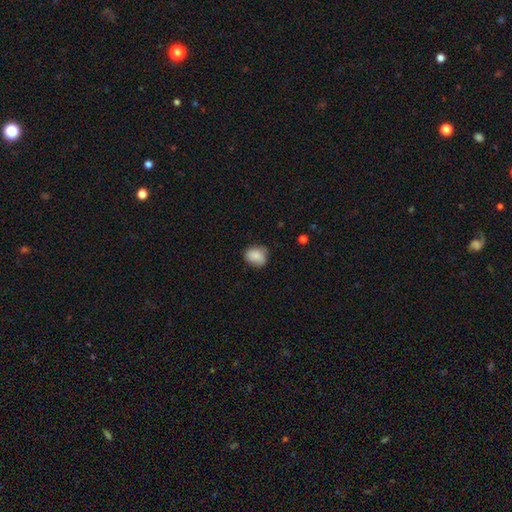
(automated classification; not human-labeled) Smooth or featured?
  - smooth: 84% *
  - star or artifact: 8%
  - featured or disk: 8%
How rounded?
  - round: 56% *
  - in between: 43%
  - cigar-shaped: 1%
Merging?
  - none: 68% *
  - minor disturbance: 26%
  - major disturbance: 5%
  - merger: 2%